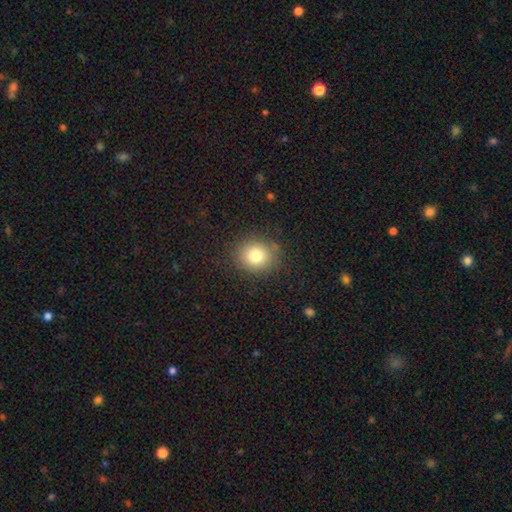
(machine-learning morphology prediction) Smooth or featured? smooth (79%)
How rounded? round (75%)
Merging? none (85%)